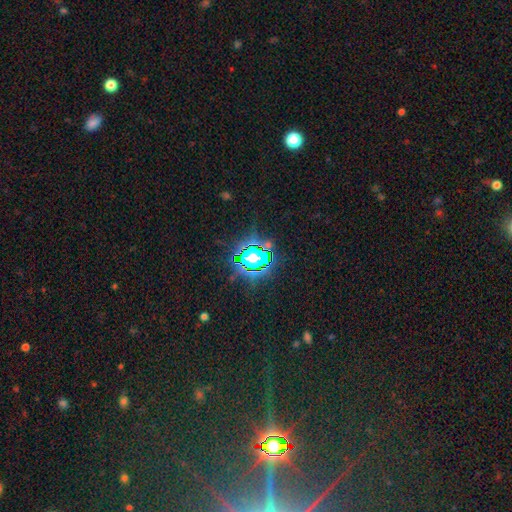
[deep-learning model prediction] smooth-or-featured: star or artifact: 80% | smooth: 13% | featured or disk: 8%